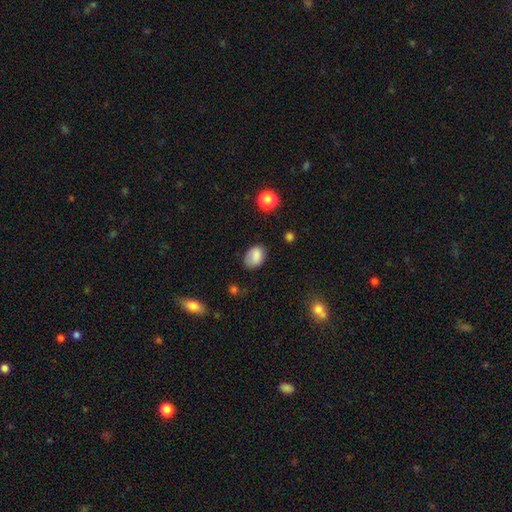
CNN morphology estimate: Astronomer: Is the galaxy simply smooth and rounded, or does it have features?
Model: smooth — 83%.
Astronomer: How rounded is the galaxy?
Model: in between — 78%.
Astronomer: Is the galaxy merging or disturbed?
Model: none — 69%.